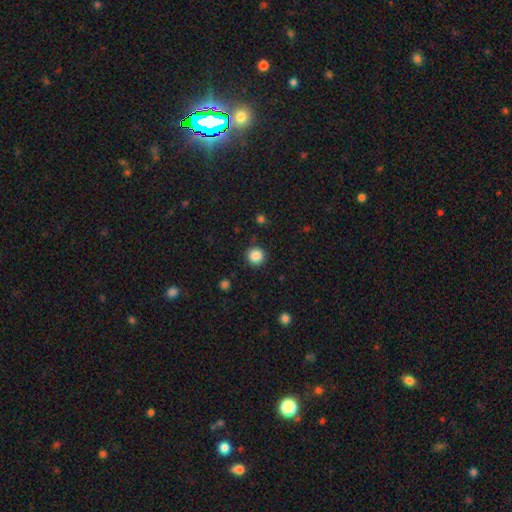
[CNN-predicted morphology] Q: Smooth or featured?
A: smooth (86%); runner-up: star or artifact (10%)
Q: How rounded?
A: round (94%); runner-up: in between (5%)
Q: Merging?
A: none (90%); runner-up: minor disturbance (6%)